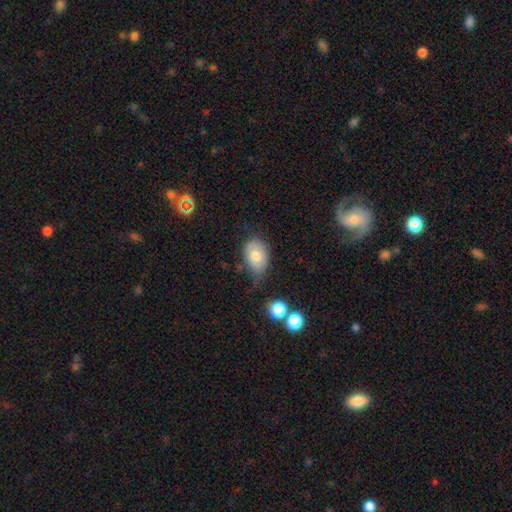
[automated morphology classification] Smooth or featured?
  - smooth: 70% *
  - featured or disk: 21%
  - star or artifact: 8%
How rounded?
  - in between: 78% *
  - round: 21%
  - cigar-shaped: 1%
Merging?
  - none: 41% *
  - minor disturbance: 39%
  - major disturbance: 15%
  - merger: 5%